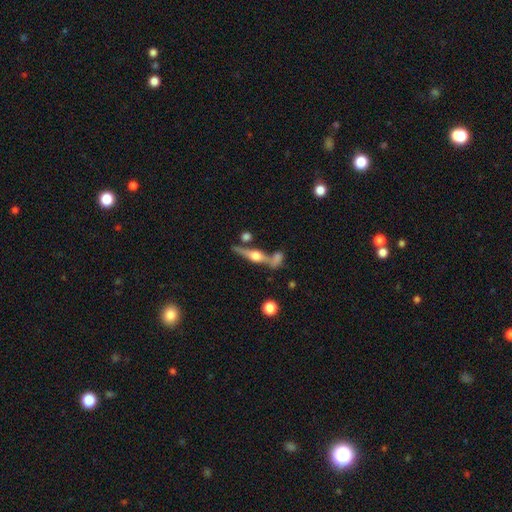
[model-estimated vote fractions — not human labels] This appears to be a featured or disk galaxy (78%) viewed edge-on (96%) with a rounded central bulge (95%). Merging: none (67%).